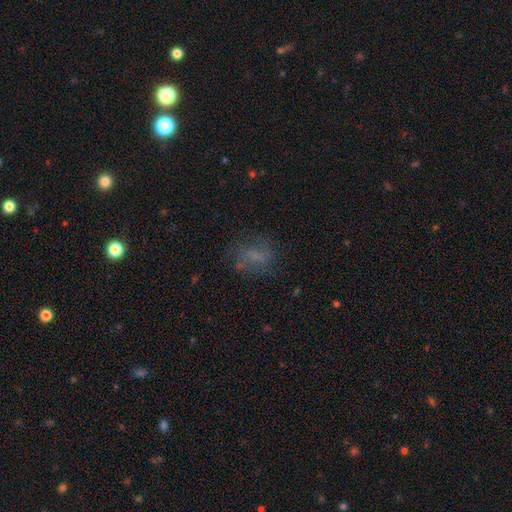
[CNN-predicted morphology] A smooth galaxy with no disk features (50%).

Vote fractions:
- Smooth or featured? smooth: 50% / featured or disk: 33% / star or artifact: 17%
- Merging? none: 64% / minor disturbance: 19% / major disturbance: 15% / merger: 2%